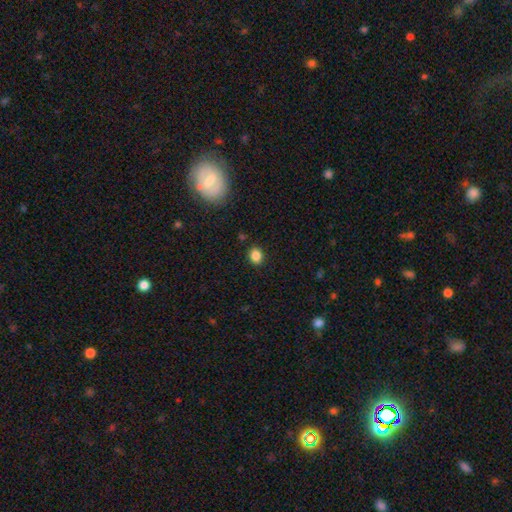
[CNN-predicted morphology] Smooth or featured? smooth (85%)
How rounded? round (55%)
Merging? none (88%)